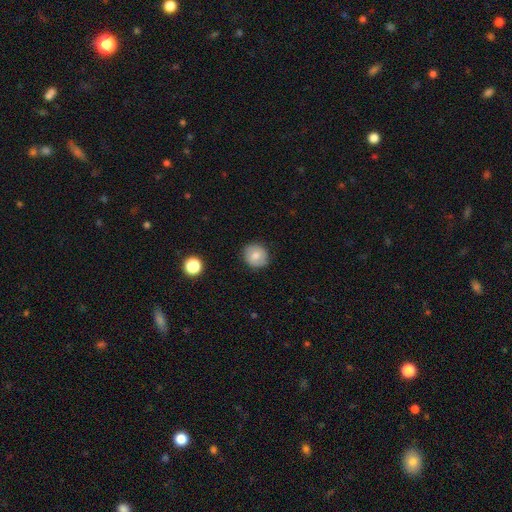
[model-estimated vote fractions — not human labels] Q: Smooth or featured?
A: smooth (75%); runner-up: featured or disk (16%)
Q: How rounded?
A: round (83%); runner-up: in between (16%)
Q: Merging?
A: none (86%); runner-up: minor disturbance (10%)